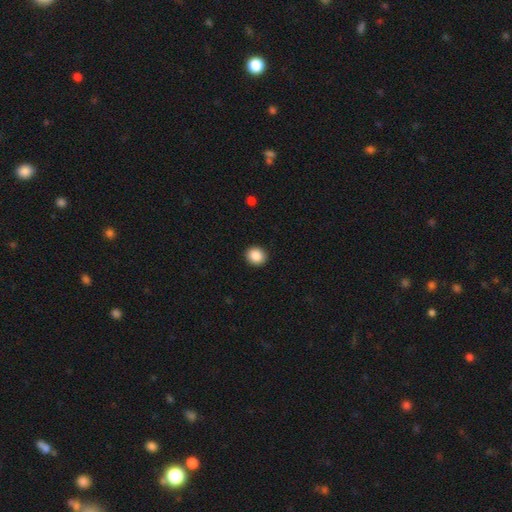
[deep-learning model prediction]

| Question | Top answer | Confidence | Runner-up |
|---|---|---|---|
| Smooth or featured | smooth | 88% | star or artifact (9%) |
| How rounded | round | 83% | in between (16%) |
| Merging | none | 92% | minor disturbance (5%) |